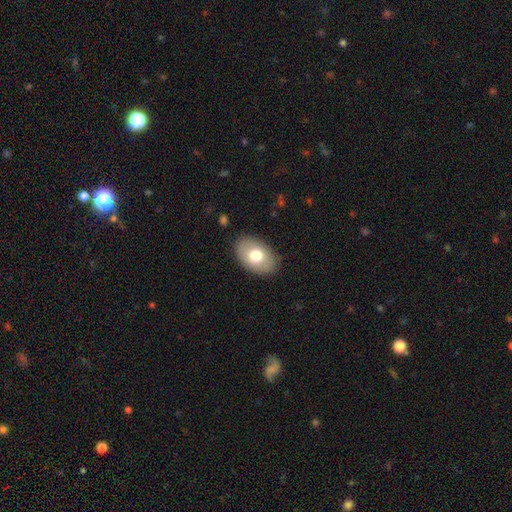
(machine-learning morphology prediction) Smooth or featured: smooth — 70% (featured or disk — 23%)
How rounded: in between — 87% (round — 12%)
Merging: none — 85% (minor disturbance — 11%)